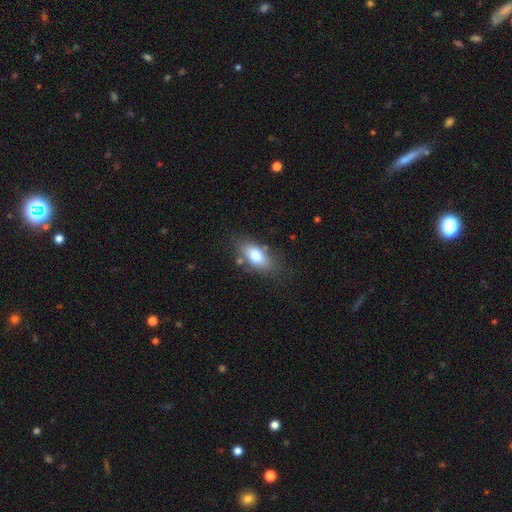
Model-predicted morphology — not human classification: Smooth or featured? Predicted: smooth (p=0.73). How rounded? Predicted: in between (p=0.86). Merging? Predicted: none (p=0.73).